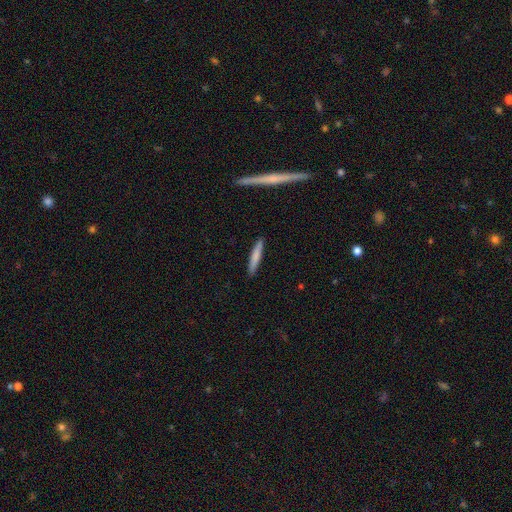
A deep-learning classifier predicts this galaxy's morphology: A smooth galaxy with no disk features (74%) that is cigar-shaped (93%). Merging: none (90%).